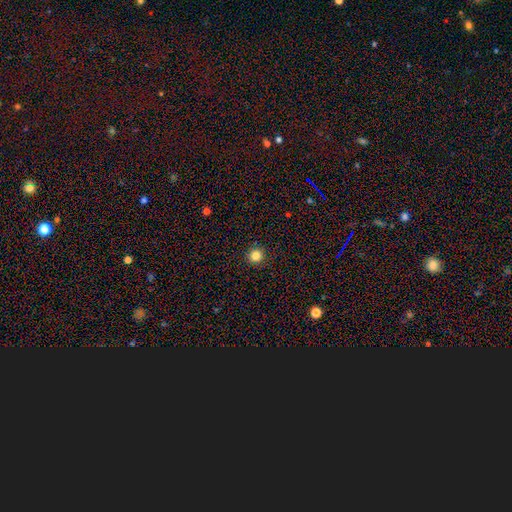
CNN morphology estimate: The model was most divided on "smooth or featured": smooth: 84%, star or artifact: 12%, featured or disk: 4%. More confident: how rounded — round (95%); merging — none (93%).